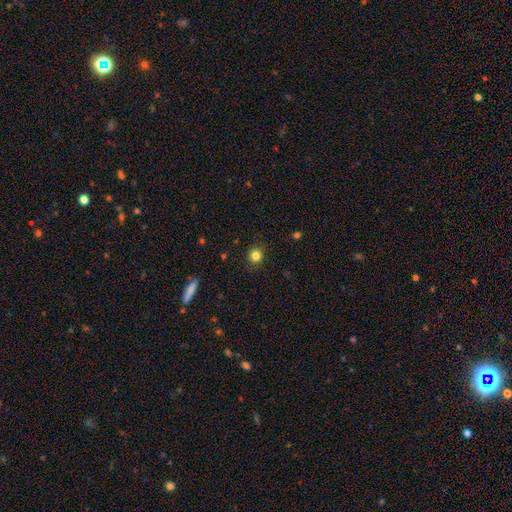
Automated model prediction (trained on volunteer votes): smooth-or-featured: smooth: 83% | star or artifact: 12% | featured or disk: 5%
  how-rounded: round: 91% | in between: 8% | cigar-shaped: 1%
  merging: none: 89% | minor disturbance: 8% | major disturbance: 2% | merger: 1%